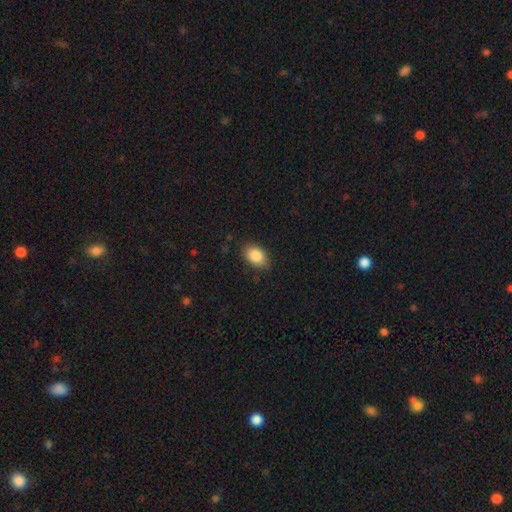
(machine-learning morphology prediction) smooth 86%, star or artifact 8%, featured or disk 6%. Down the decision tree: how rounded — in between (87%); merging — none (83%).